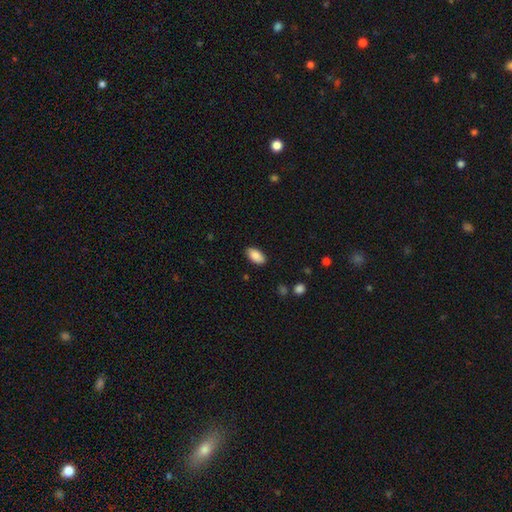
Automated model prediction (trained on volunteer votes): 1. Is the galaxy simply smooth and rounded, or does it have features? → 89% smooth, 7% star or artifact, 4% featured or disk.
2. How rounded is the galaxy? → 94% in between, 3% round, 3% cigar-shaped.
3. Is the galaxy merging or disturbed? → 87% none, 10% minor disturbance, 2% major disturbance, 1% merger.